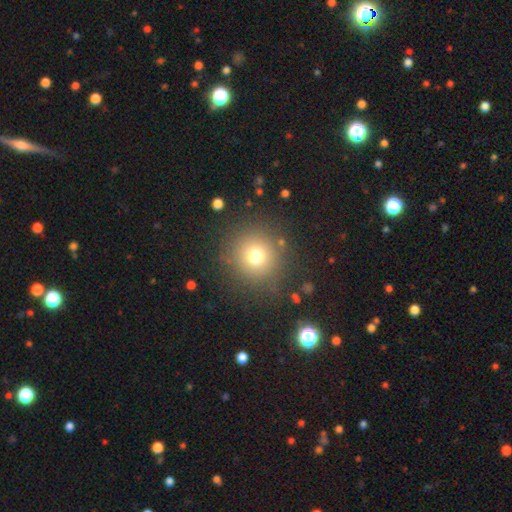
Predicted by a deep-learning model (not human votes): Smooth or featured? Predicted: smooth (p=0.73). How rounded? Predicted: round (p=0.93). Merging? Predicted: none (p=0.85).